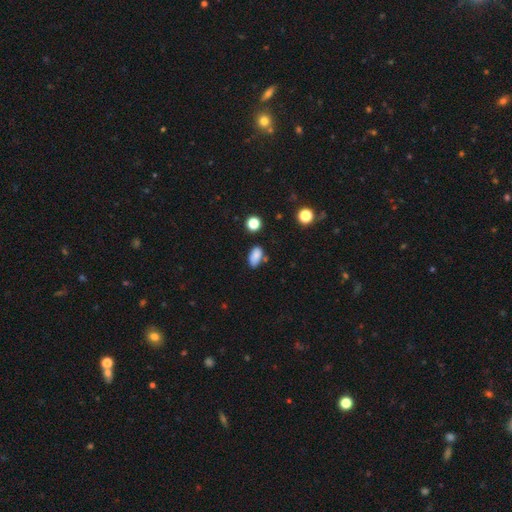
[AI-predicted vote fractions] smooth_or_featured: smooth (p=0.84) [alt: star or artifact p=0.10]
how_rounded: in between (p=0.90) [alt: round p=0.07]
merging: none (p=0.68) [alt: minor disturbance p=0.21]